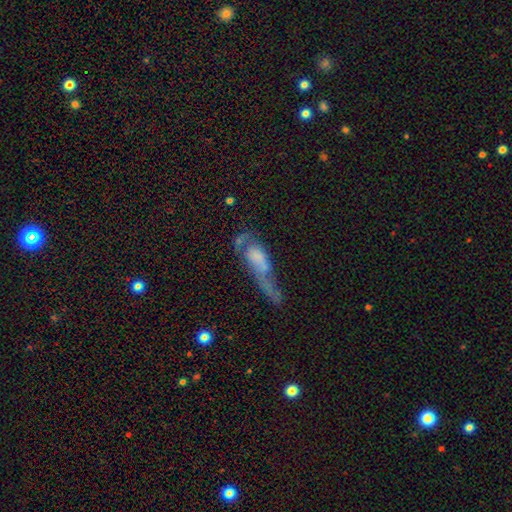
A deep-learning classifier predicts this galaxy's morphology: Q: Smooth or featured?
A: smooth (45%); runner-up: featured or disk (44%)
Q: Merging?
A: major disturbance (38%); runner-up: merger (22%)